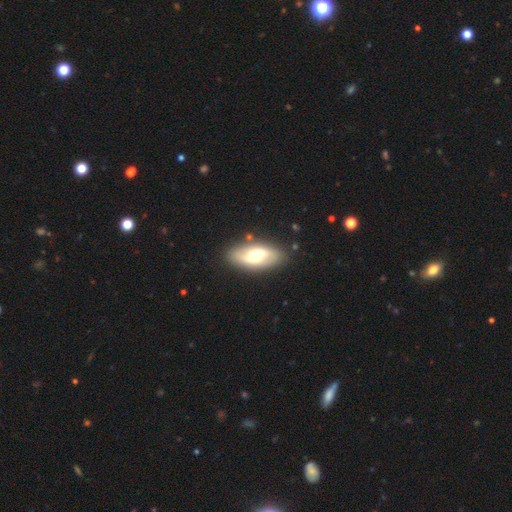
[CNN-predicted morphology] Smooth or featured?
  - featured or disk: 51% *
  - smooth: 43%
  - star or artifact: 6%
Edge-on disk?
  - no: 83% *
  - yes: 17%
Merging?
  - none: 85% *
  - minor disturbance: 10%
  - major disturbance: 3%
  - merger: 2%